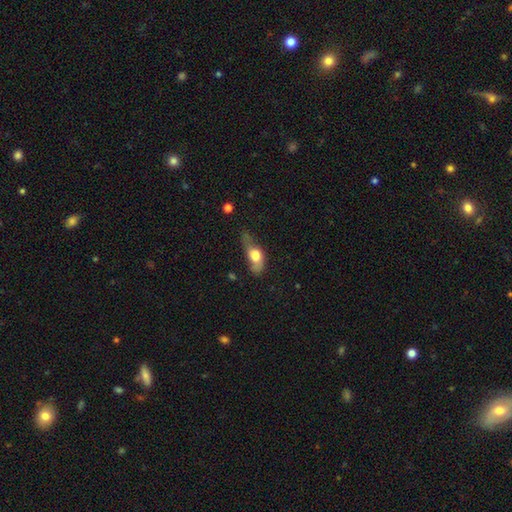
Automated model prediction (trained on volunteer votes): A smooth galaxy with no disk features (67%) that is in between round and cigar-shaped (75%). Merging: minor disturbance (36%).